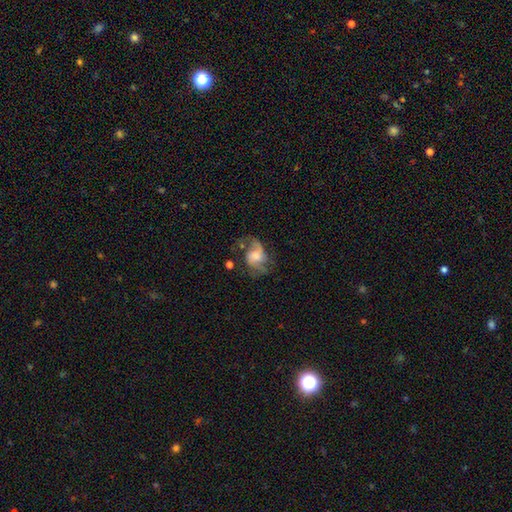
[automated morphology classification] This appears to be a featured or disk galaxy (63%) with no bar (64%), 2 (60%) loose (48%) spiral arms (84%) and a moderate central bulge (38%). Merging: none (41%).